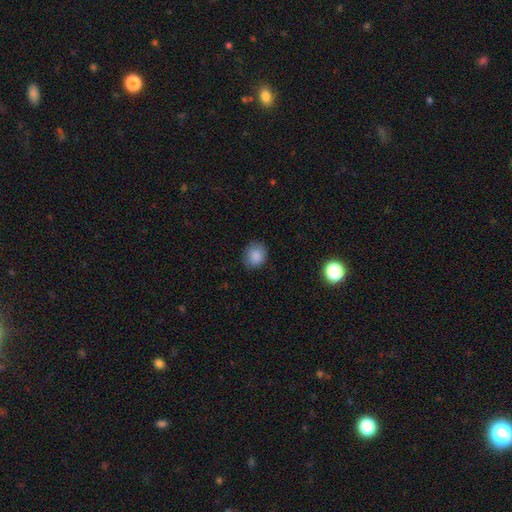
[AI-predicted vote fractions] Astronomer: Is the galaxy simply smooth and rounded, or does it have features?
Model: smooth — 87%.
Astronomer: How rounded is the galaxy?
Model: round — 72%.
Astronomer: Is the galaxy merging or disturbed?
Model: none — 83%.